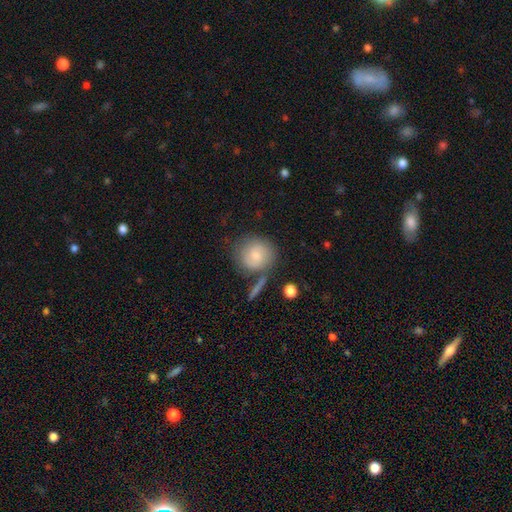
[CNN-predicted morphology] A smooth galaxy with no disk features (66%) that is round (87%).

Vote fractions:
- Smooth or featured? smooth: 66% / featured or disk: 26% / star or artifact: 7%
- How rounded? round: 87% / in between: 11% / cigar-shaped: 1%
- Merging? none: 66% / minor disturbance: 16% / merger: 12% / major disturbance: 7%